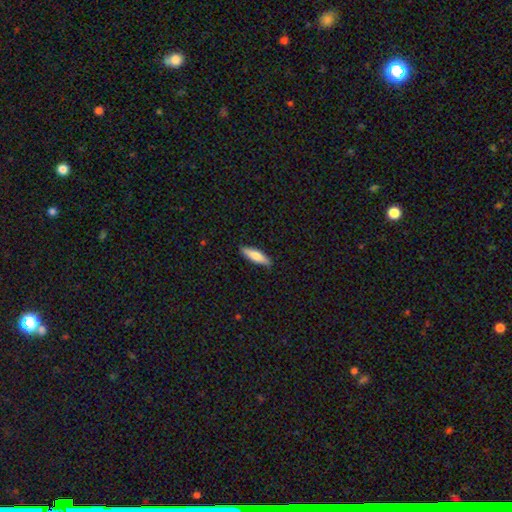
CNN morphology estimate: A smooth galaxy with no disk features (74%) that is cigar-shaped (63%). Merging: none (87%).